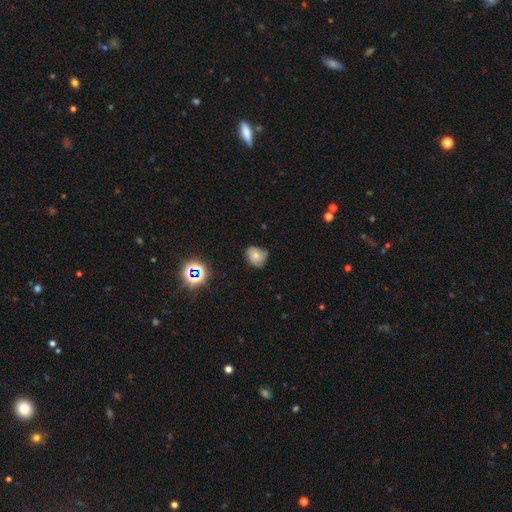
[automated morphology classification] Q: Smooth or featured?
A: smooth (54%); runner-up: featured or disk (31%)
Q: How rounded?
A: round (60%); runner-up: in between (39%)
Q: Merging?
A: none (60%); runner-up: minor disturbance (31%)